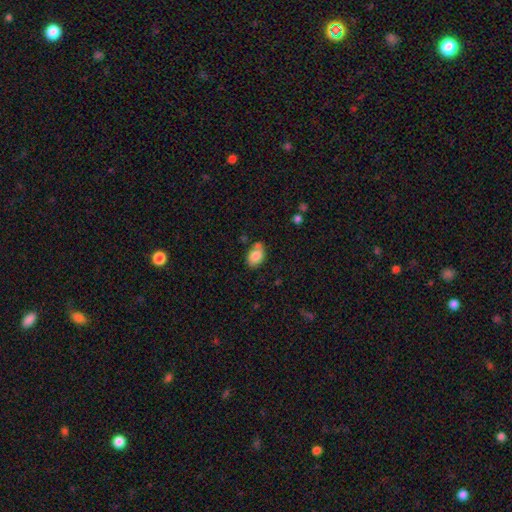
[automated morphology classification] Q: Smooth or featured?
A: smooth (82%); runner-up: featured or disk (10%)
Q: How rounded?
A: in between (82%); runner-up: round (17%)
Q: Merging?
A: none (58%); runner-up: minor disturbance (22%)